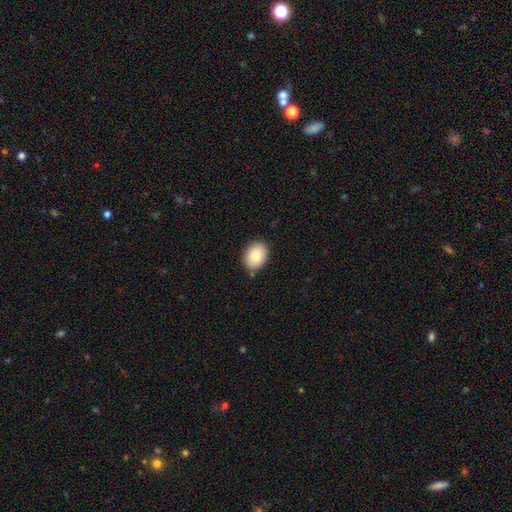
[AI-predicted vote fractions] Smooth or featured: smooth — 86% (featured or disk — 7%)
How rounded: in between — 63% (round — 36%)
Merging: none — 82% (minor disturbance — 13%)